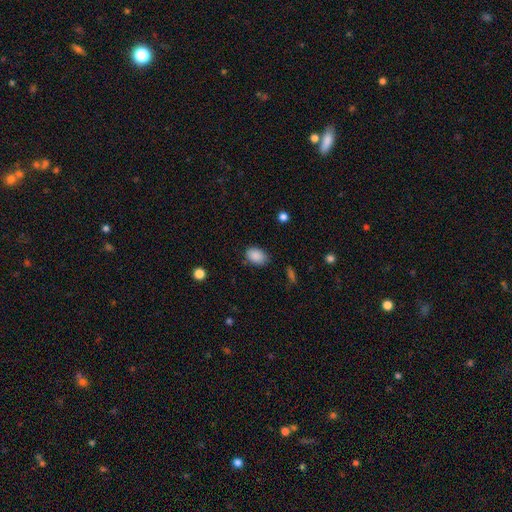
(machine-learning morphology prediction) smooth-or-featured: smooth: 88% | star or artifact: 8% | featured or disk: 4%
  how-rounded: in between: 84% | round: 15% | cigar-shaped: 1%
  merging: none: 80% | minor disturbance: 15% | major disturbance: 3% | merger: 2%